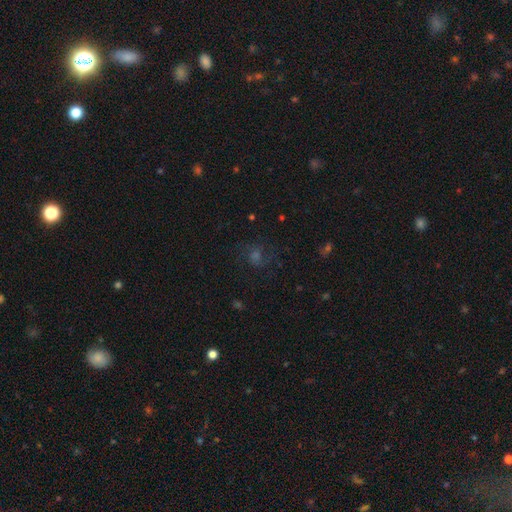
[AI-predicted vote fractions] smooth-or-featured: star or artifact: 37% | smooth: 34% | featured or disk: 30%